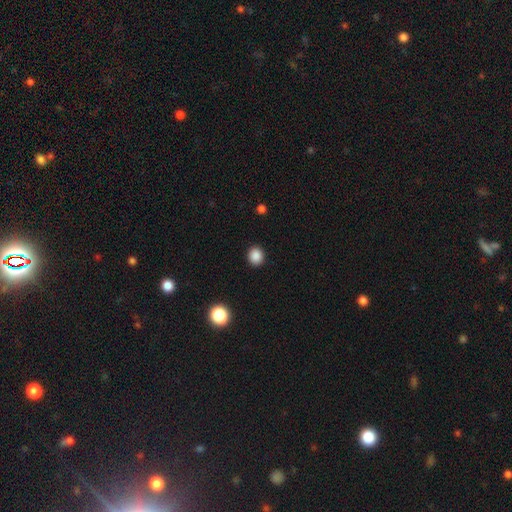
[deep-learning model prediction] Smooth or featured?
  - smooth: 87% *
  - star or artifact: 11%
  - featured or disk: 3%
How rounded?
  - round: 82% *
  - in between: 17%
  - cigar-shaped: 1%
Merging?
  - none: 91% *
  - minor disturbance: 6%
  - major disturbance: 2%
  - merger: 1%